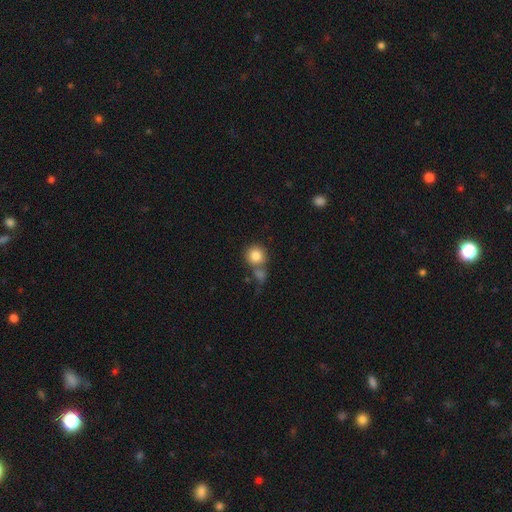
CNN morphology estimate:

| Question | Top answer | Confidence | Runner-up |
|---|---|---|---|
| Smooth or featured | smooth | 83% | star or artifact (9%) |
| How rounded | round | 89% | in between (10%) |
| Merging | none | 52% | merger (35%) |